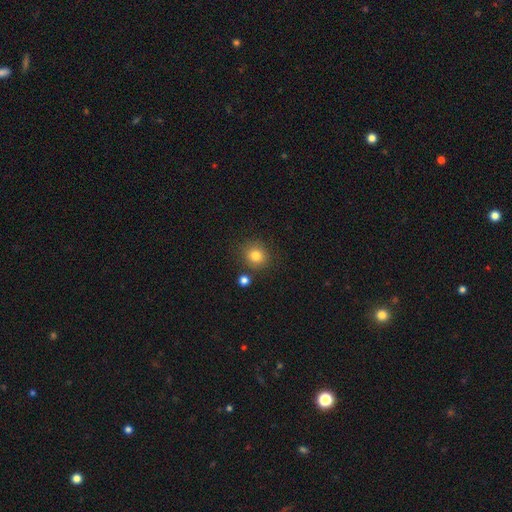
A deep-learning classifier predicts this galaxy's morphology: This appears to be a smooth galaxy with no disk features (80%) that is round (87%). Merging: none (81%).